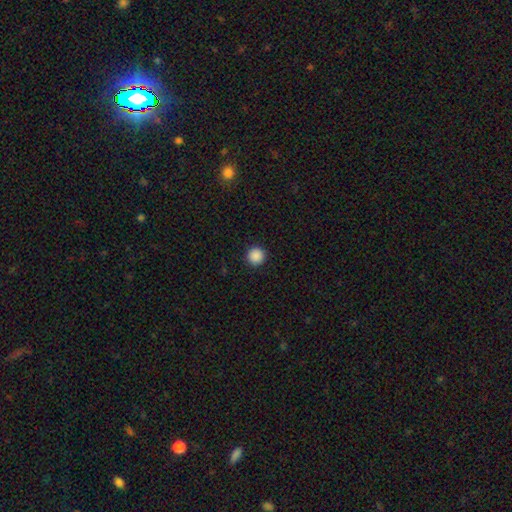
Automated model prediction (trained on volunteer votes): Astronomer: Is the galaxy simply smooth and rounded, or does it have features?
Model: smooth — 89%.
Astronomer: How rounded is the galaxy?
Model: round — 96%.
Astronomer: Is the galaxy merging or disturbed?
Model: none — 93%.